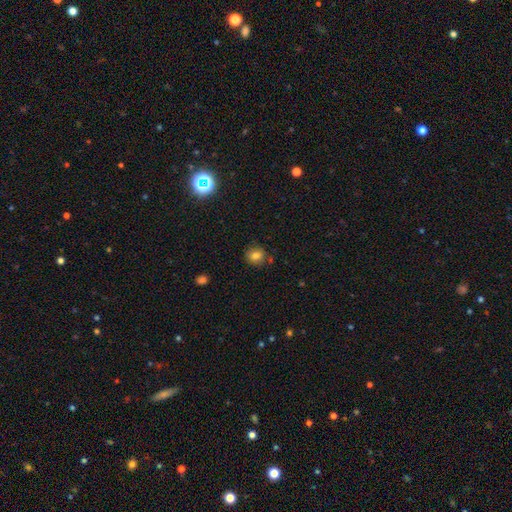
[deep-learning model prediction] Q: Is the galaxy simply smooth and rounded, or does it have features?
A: smooth — 80%.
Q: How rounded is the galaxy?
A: round — 79%.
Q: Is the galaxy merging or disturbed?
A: none — 80%.